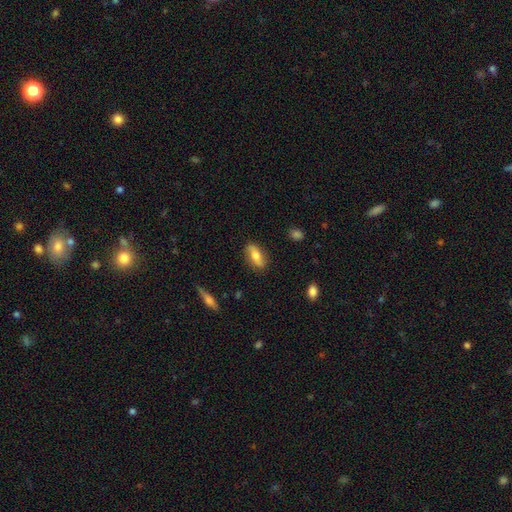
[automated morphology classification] Smooth or featured: smooth — 60% (featured or disk — 33%)
How rounded: in between — 78% (cigar-shaped — 18%)
Merging: none — 82% (minor disturbance — 14%)